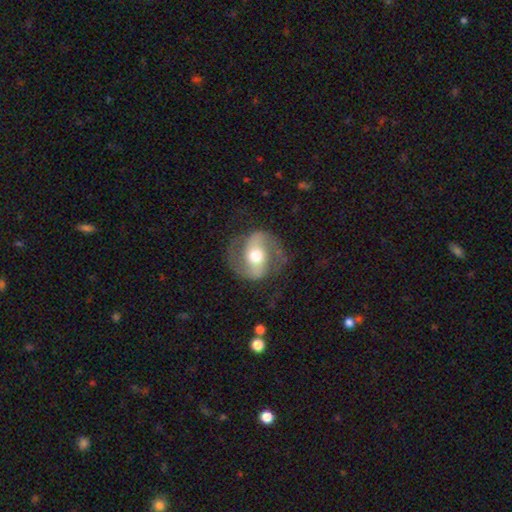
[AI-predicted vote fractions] A featured or disk galaxy (82%) with a weak bar (35%), 2 (92%) medium (55%) spiral arms (89%) and a moderate central bulge (67%). Merging: none (75%).